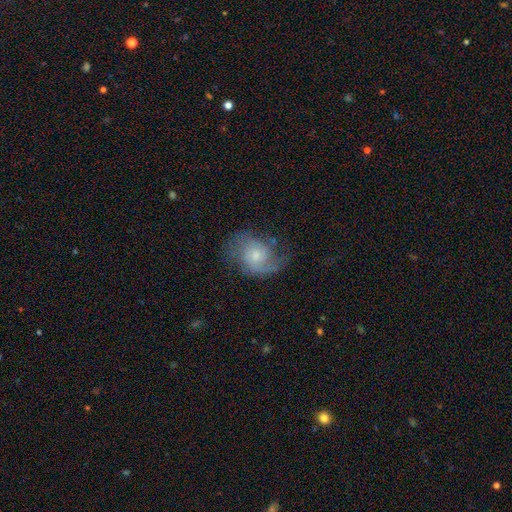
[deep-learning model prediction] smooth-or-featured: featured or disk: 67% | smooth: 25% | star or artifact: 8%
  disk-edge-on: no: 97% | yes: 3%
    bar: no: 70% | weak: 27% | strong: 3%
    has-spiral-arms: yes: 89% | no: 11%
      spiral-winding: medium: 44% | loose: 31% | tight: 26%
      spiral-arm-count: 2: 56% | 1: 23% | can't tell: 15% | 3: 3% | 4: 2% | more than 4: 2%
    bulge-size: small: 48% | moderate: 41% | large: 5% | none: 4% | dominant: 1%
  merging: none: 54% | minor disturbance: 24% | major disturbance: 20% | merger: 2%